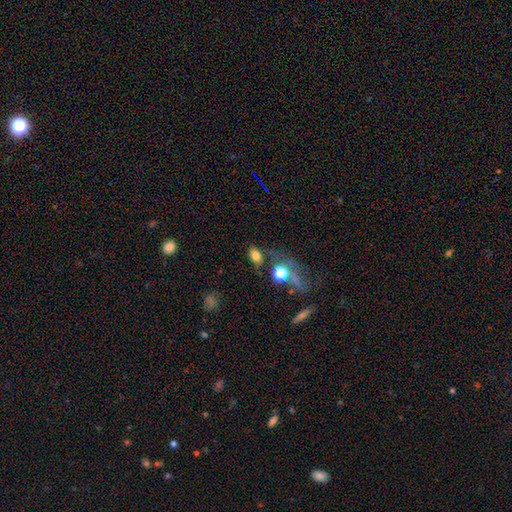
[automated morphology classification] Q: Smooth or featured?
A: smooth (74%); runner-up: star or artifact (15%)
Q: How rounded?
A: in between (76%); runner-up: round (21%)
Q: Merging?
A: none (64%); runner-up: minor disturbance (16%)